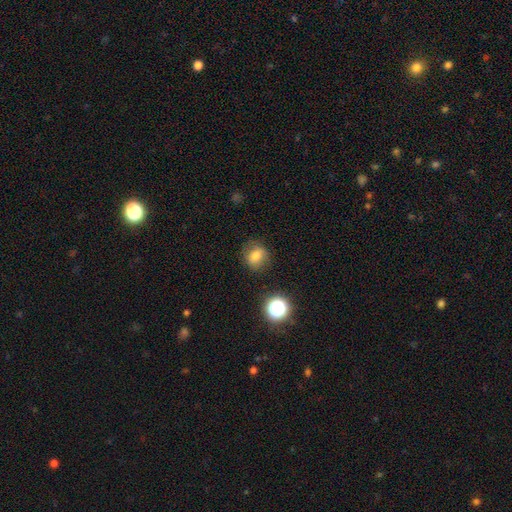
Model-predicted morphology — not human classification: A smooth galaxy with no disk features (73%) that is round (72%).

Vote fractions:
- Smooth or featured? smooth: 73% / star or artifact: 14% / featured or disk: 13%
- How rounded? round: 72% / in between: 27% / cigar-shaped: 1%
- Merging? none: 79% / minor disturbance: 14% / major disturbance: 5% / merger: 2%